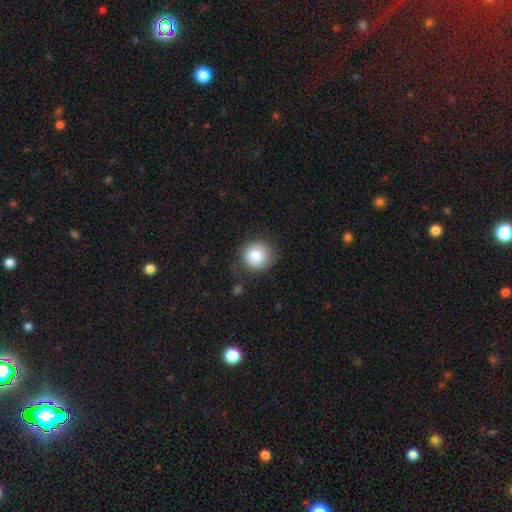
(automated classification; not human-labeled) A smooth galaxy with no disk features (86%) that is round (90%). Merging: none (77%).